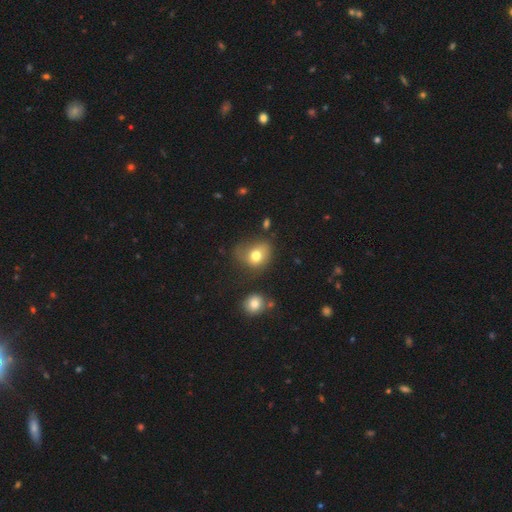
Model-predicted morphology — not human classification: Smooth or featured? Predicted: smooth (p=0.72). How rounded? Predicted: round (p=0.55). Merging? Predicted: none (p=0.46).